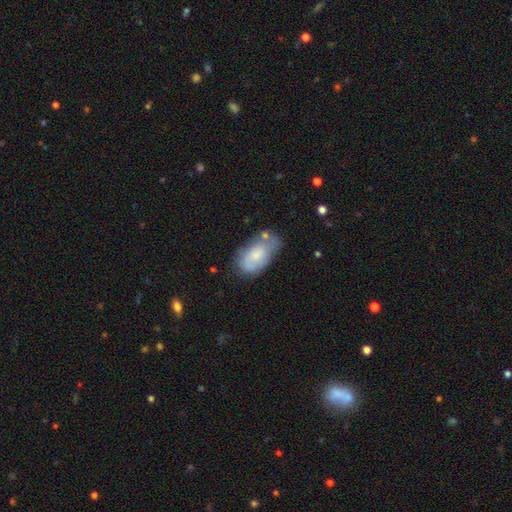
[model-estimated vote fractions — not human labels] smooth 67%, featured or disk 27%, star or artifact 7%. Down the decision tree: how rounded — in between (93%); merging — none (47%).